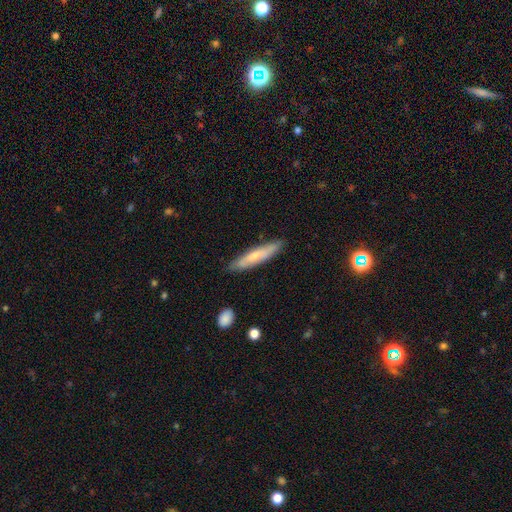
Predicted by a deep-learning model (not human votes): This is possibly a smooth galaxy (57%). How rounded: clearly cigar-shaped (87%). Merging: clearly none (84%).